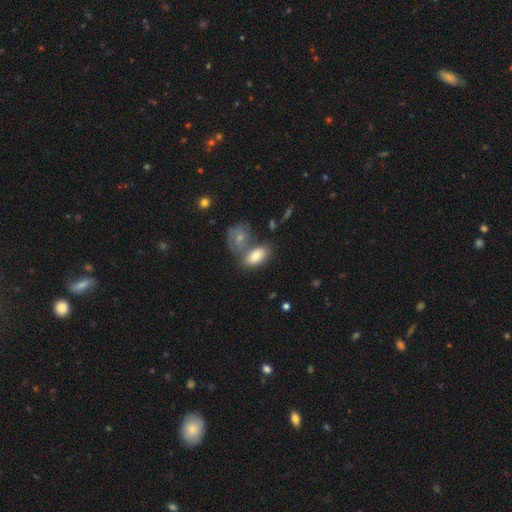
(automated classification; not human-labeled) Smooth or featured: smooth — 74% (featured or disk — 18%)
How rounded: in between — 91% (round — 6%)
Merging: merger — 49% (none — 34%)